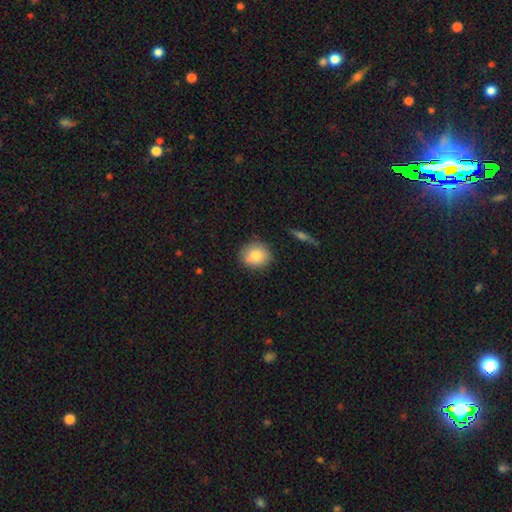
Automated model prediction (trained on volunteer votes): Smooth or featured? Predicted: smooth (p=0.81). How rounded? Predicted: round (p=0.78). Merging? Predicted: none (p=0.81).